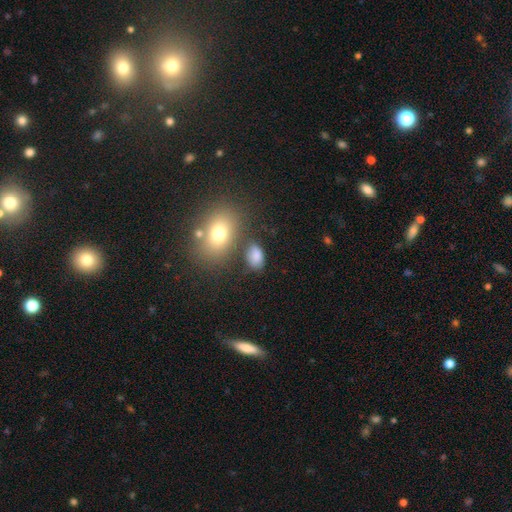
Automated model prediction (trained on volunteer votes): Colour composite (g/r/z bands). It shows a smooth galaxy with no disk features (81%) that is in between round and cigar-shaped (86%). Merging: none (67%).